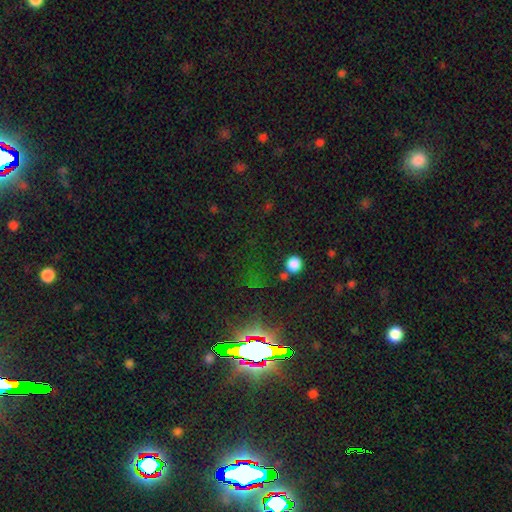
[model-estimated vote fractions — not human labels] Overall: star or artifact (80%).